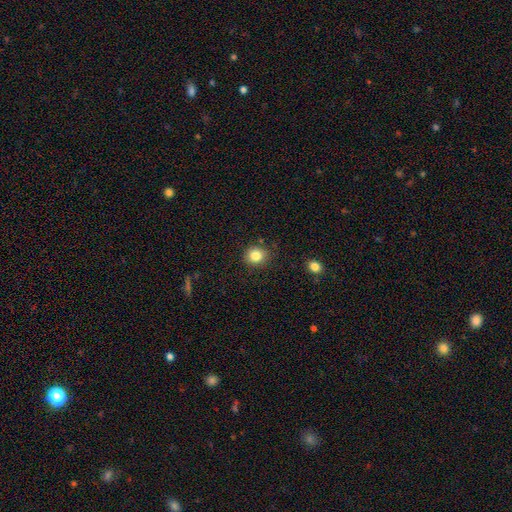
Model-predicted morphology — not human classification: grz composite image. It shows a smooth galaxy with no disk features (84%) that is round (83%). Merging: none (84%).